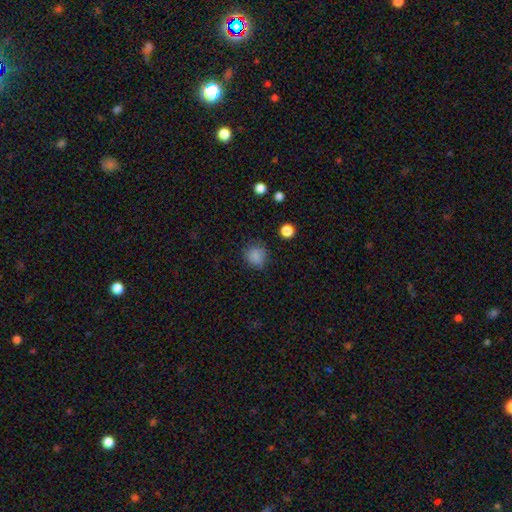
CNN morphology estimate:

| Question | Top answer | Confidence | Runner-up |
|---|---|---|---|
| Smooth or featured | smooth | 84% | star or artifact (13%) |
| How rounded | round | 86% | in between (13%) |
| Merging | none | 81% | minor disturbance (13%) |